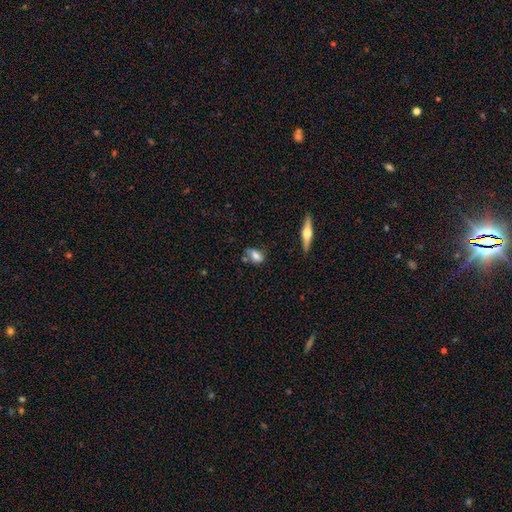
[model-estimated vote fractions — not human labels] Overall: smooth (67%). How rounded: in between (79%). Merging: none (59%; minor disturbance 23%).